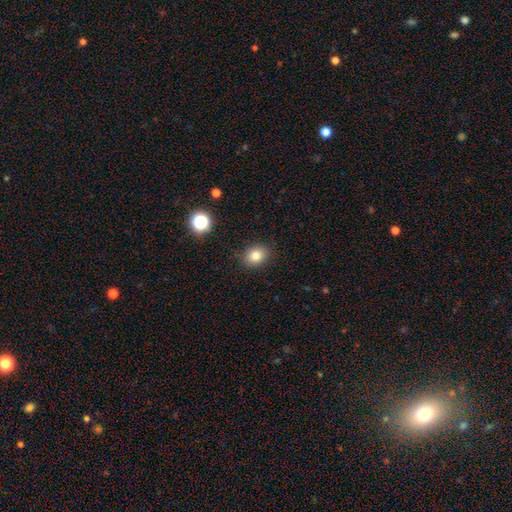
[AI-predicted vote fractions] A smooth galaxy with no disk features (80%) that is in between round and cigar-shaped (50%). Merging: none (85%).